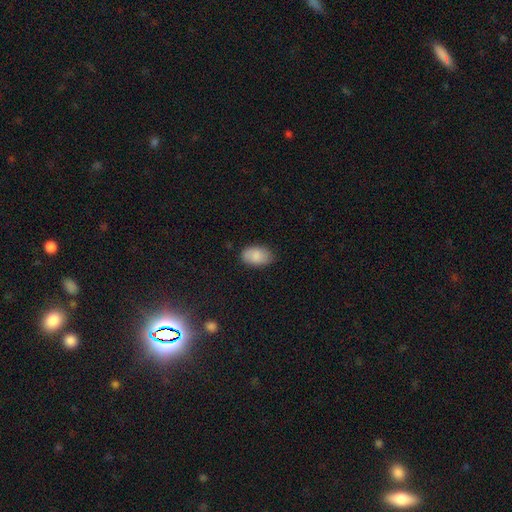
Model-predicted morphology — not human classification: Smooth or featured?
  - smooth: 84% *
  - featured or disk: 10%
  - star or artifact: 7%
How rounded?
  - in between: 92% *
  - round: 7%
  - cigar-shaped: 1%
Merging?
  - none: 78% *
  - minor disturbance: 18%
  - major disturbance: 3%
  - merger: 1%